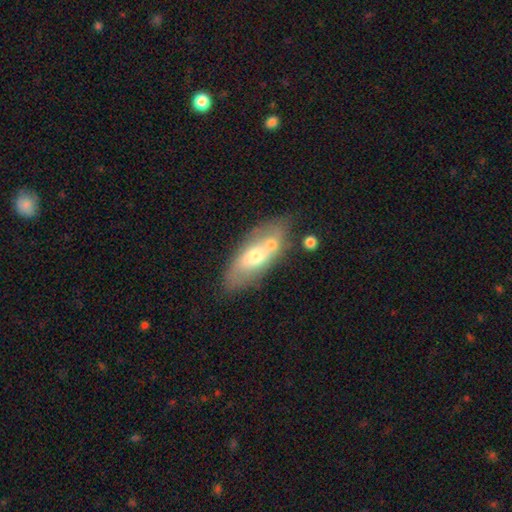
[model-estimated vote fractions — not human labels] Smooth or featured? Predicted: smooth (p=0.47). Merging? Predicted: none (p=0.54).